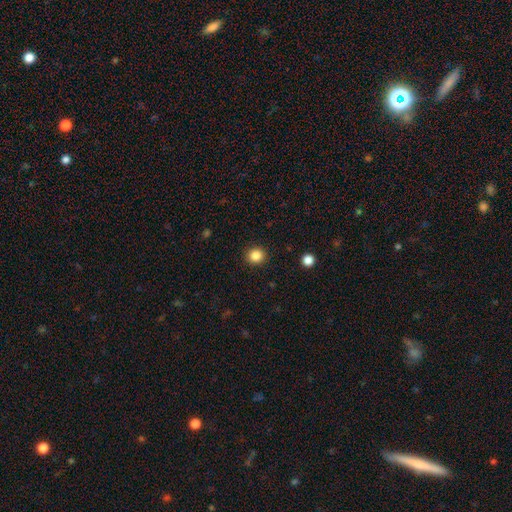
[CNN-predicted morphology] The model was most divided on "smooth or featured": smooth: 85%, star or artifact: 11%, featured or disk: 4%. More confident: merging — none (91%); how rounded — round (86%).